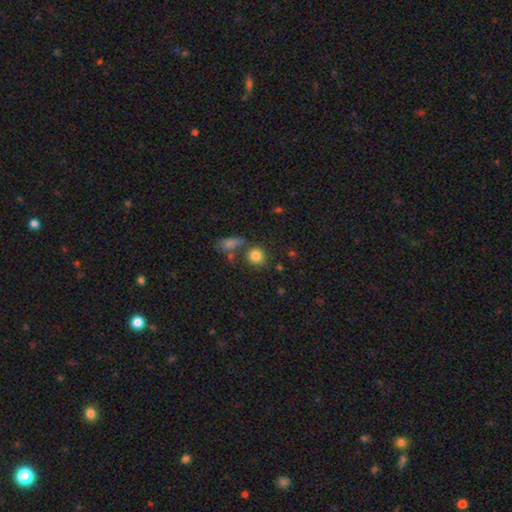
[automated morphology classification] Q: Smooth or featured?
A: smooth (82%); runner-up: star or artifact (11%)
Q: How rounded?
A: round (80%); runner-up: in between (19%)
Q: Merging?
A: none (69%); runner-up: merger (14%)